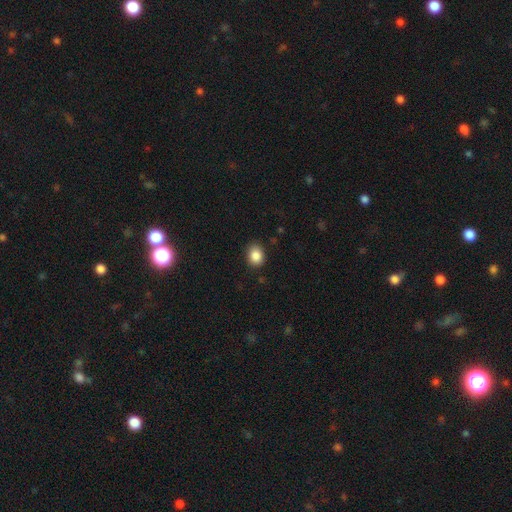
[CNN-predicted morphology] smooth 87%, star or artifact 9%, featured or disk 4%. Down the decision tree: how rounded — in between (54%); merging — none (84%).